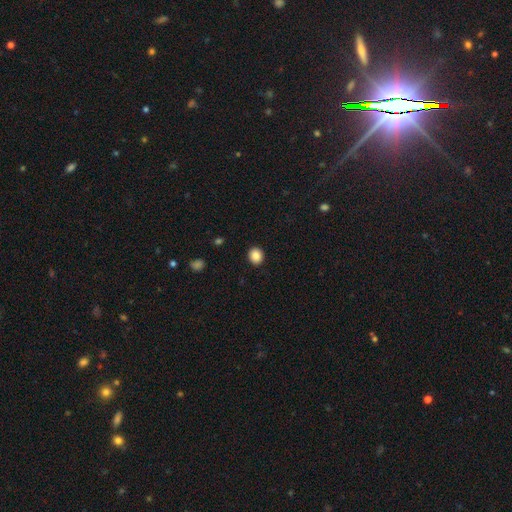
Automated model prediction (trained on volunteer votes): Overall: smooth (86%). How rounded: round (79%). Merging: none (92%).